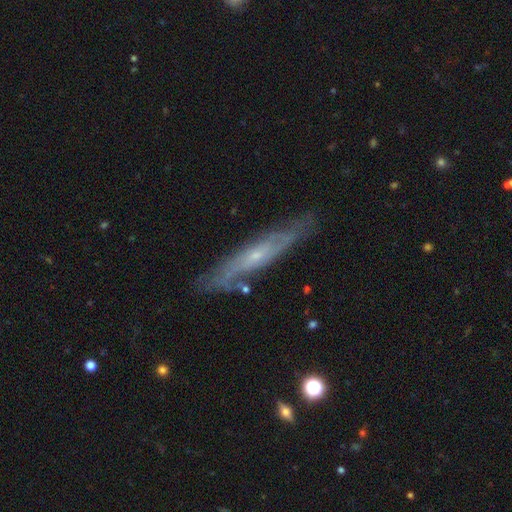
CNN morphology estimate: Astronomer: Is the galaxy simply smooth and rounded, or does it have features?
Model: featured or disk — 72%.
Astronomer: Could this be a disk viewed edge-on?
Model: yes — 58% (runner-up: no, 42%).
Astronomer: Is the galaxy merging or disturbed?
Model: none — 79%.